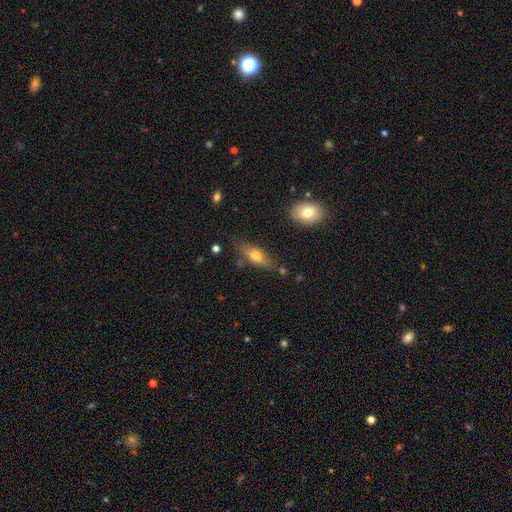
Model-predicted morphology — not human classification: The model was most divided on "how rounded": in between: 65%, cigar-shaped: 31%, round: 4%. More confident: merging — none (74%); smooth or featured — smooth (65%).